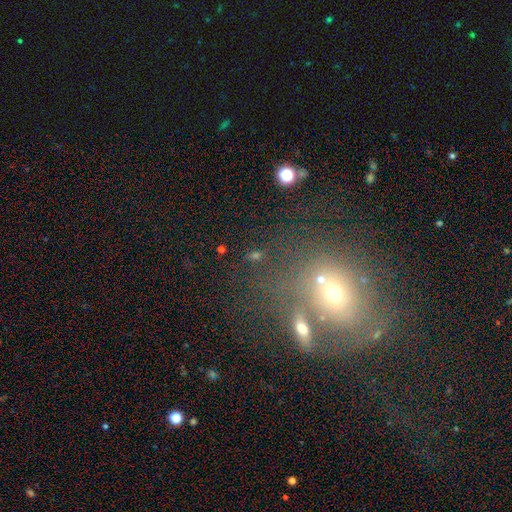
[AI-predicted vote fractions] Overall: smooth (51%; star or artifact 29%). How rounded: in between (46%, tied with round). Merging: none (62%).